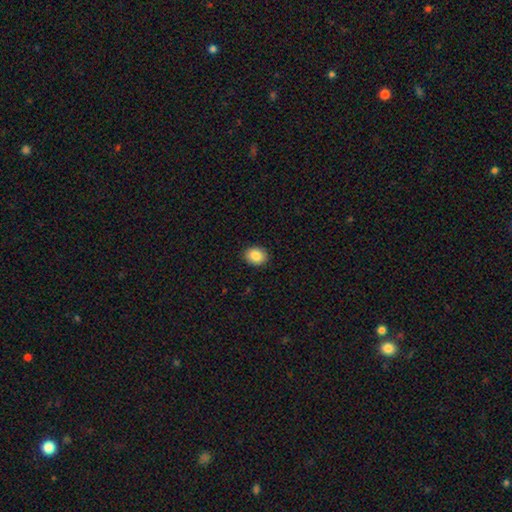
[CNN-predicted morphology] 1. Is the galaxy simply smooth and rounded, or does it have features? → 87% smooth, 8% star or artifact, 5% featured or disk.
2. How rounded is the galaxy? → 50% round, 49% in between, 1% cigar-shaped.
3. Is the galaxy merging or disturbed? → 91% none, 6% minor disturbance, 2% major disturbance, 1% merger.